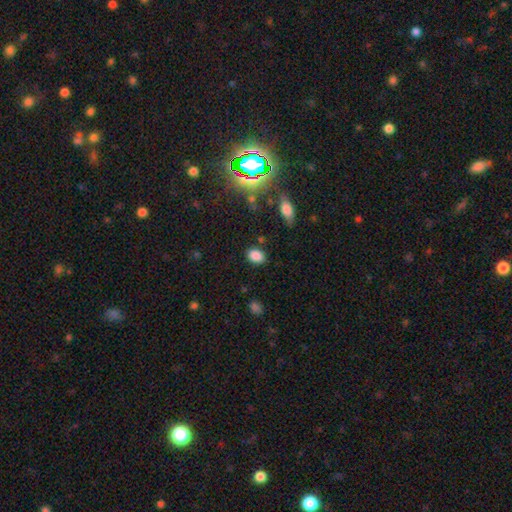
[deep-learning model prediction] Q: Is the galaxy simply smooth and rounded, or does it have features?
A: smooth — 86%.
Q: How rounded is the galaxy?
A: in between — 73%.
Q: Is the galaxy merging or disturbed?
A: none — 83%.